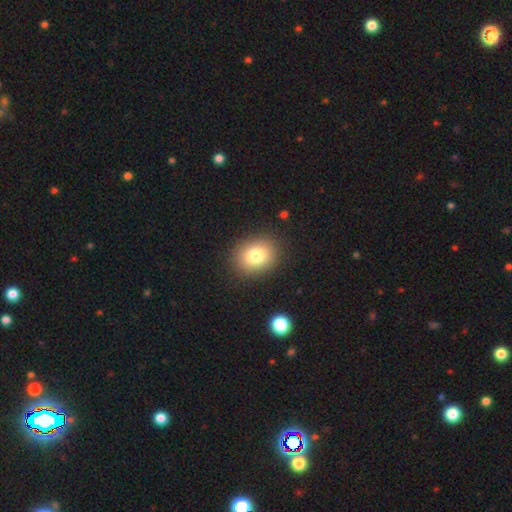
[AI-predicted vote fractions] Morphology: type=smooth (80%); roundness=round (56%); merging=none (88%).